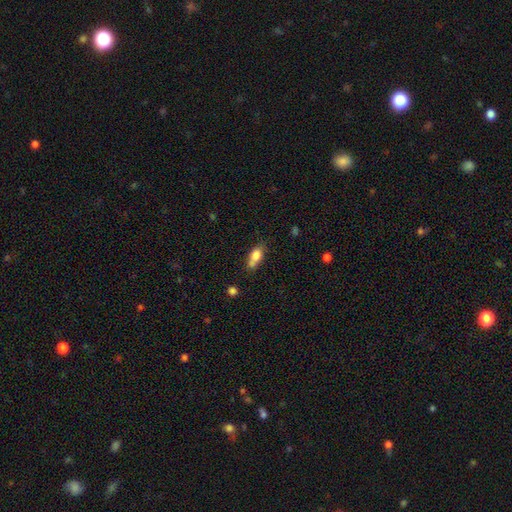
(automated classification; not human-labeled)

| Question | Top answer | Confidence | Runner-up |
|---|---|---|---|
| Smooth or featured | smooth | 77% | featured or disk (14%) |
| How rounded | in between | 79% | cigar-shaped (13%) |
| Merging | none | 47% | minor disturbance (24%) |